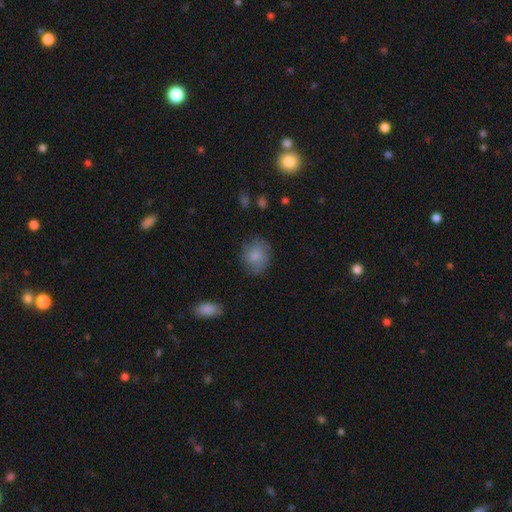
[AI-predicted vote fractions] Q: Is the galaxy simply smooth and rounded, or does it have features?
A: smooth — 82%.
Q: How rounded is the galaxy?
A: round — 69%.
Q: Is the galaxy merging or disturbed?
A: none — 75%.